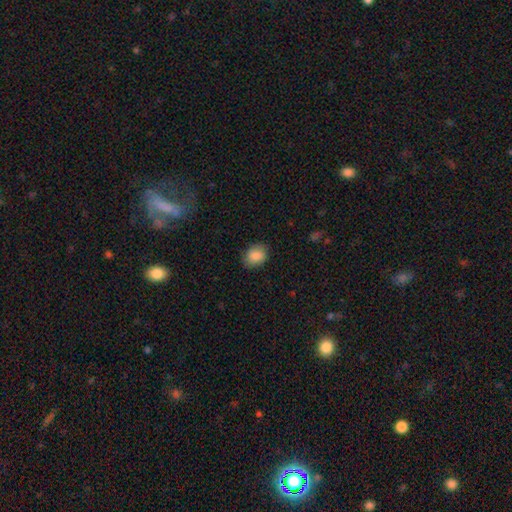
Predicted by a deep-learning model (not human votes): Smooth or featured? smooth (86%)
How rounded? in between (56%)
Merging? none (80%)